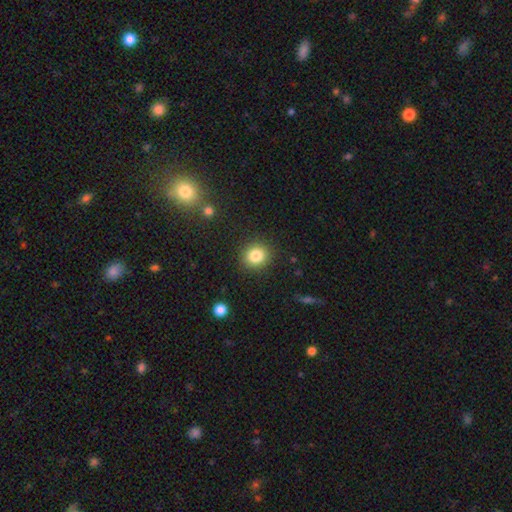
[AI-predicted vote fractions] Q: Smooth or featured?
A: smooth (83%); runner-up: star or artifact (11%)
Q: How rounded?
A: round (83%); runner-up: in between (16%)
Q: Merging?
A: none (90%); runner-up: minor disturbance (7%)